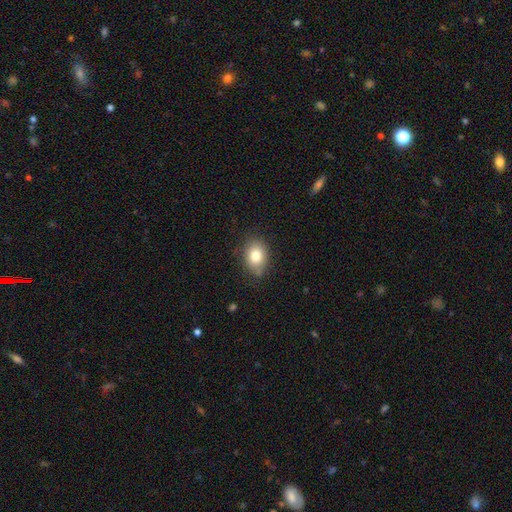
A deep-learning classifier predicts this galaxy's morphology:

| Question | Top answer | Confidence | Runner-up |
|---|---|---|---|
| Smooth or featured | smooth | 81% | featured or disk (10%) |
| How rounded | in between | 65% | round (34%) |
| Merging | none | 78% | minor disturbance (17%) |